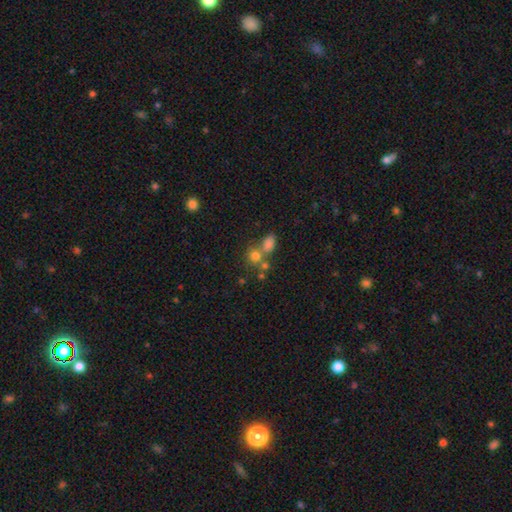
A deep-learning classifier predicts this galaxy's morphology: Overall: smooth (72%). How rounded: round (70%). Merging: merger (44%; none 43%).